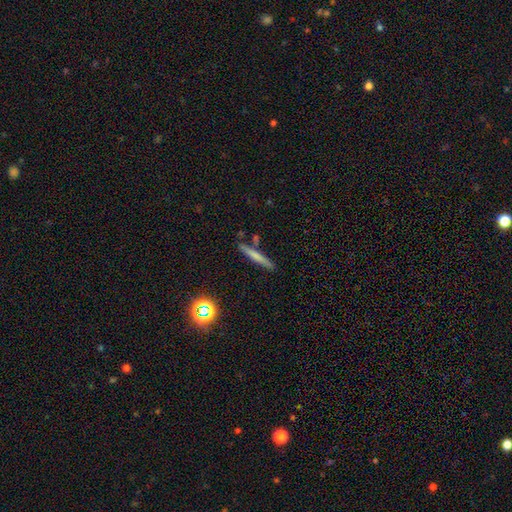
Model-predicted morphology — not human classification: This is likely a smooth galaxy (62%). How rounded: clearly cigar-shaped (94%). Merging: clearly none (82%).